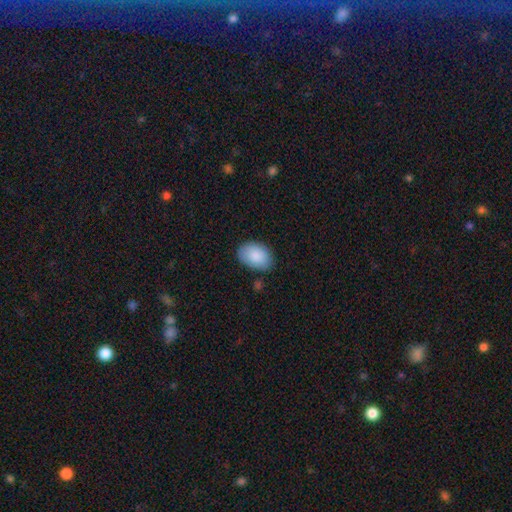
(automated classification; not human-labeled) Smooth or featured: smooth — 88% (featured or disk — 6%)
How rounded: in between — 86% (round — 13%)
Merging: none — 80% (minor disturbance — 15%)